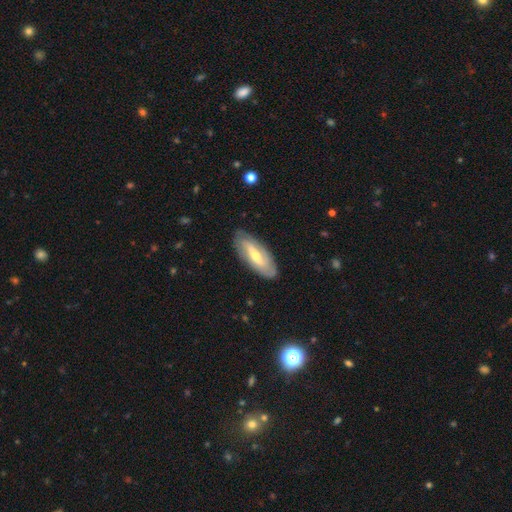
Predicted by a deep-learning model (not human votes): smooth_or_featured: featured or disk (p=0.63) [alt: smooth p=0.31]
disk_edge_on: no (p=0.83) [alt: yes p=0.17]
bar: weak (p=0.42) [alt: strong p=0.33]
has_spiral_arms: yes (p=0.76) [alt: no p=0.24]
bulge_size: moderate (p=0.53) [alt: small p=0.41]
merging: none (p=0.84) [alt: minor disturbance p=0.12]